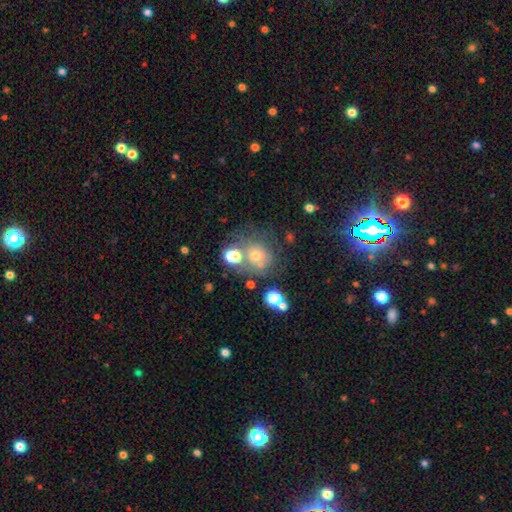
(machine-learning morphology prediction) A smooth galaxy with no disk features (53%) that is round (81%).

Vote fractions:
- Smooth or featured? smooth: 53% / featured or disk: 25% / star or artifact: 21%
- How rounded? round: 81% / in between: 18% / cigar-shaped: 1%
- Merging? none: 51% / merger: 23% / minor disturbance: 15% / major disturbance: 11%